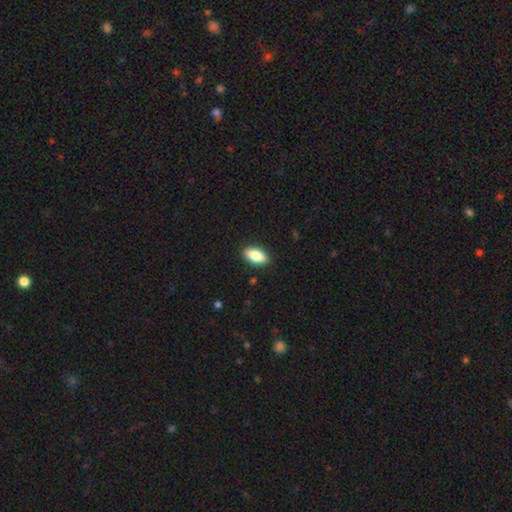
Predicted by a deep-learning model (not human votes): smooth_or_featured: smooth (p=0.80) [alt: featured or disk p=0.14]
how_rounded: in between (p=0.86) [alt: cigar-shaped p=0.11]
merging: none (p=0.89) [alt: minor disturbance p=0.08]